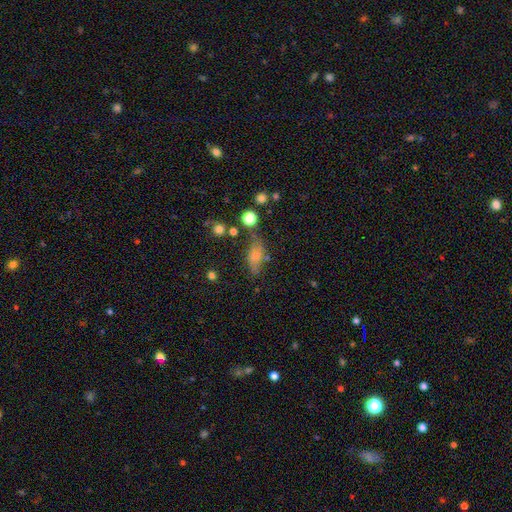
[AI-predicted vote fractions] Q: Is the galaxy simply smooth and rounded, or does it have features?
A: smooth — 70%.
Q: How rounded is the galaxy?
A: in between — 81%.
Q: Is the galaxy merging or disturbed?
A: none — 55%.